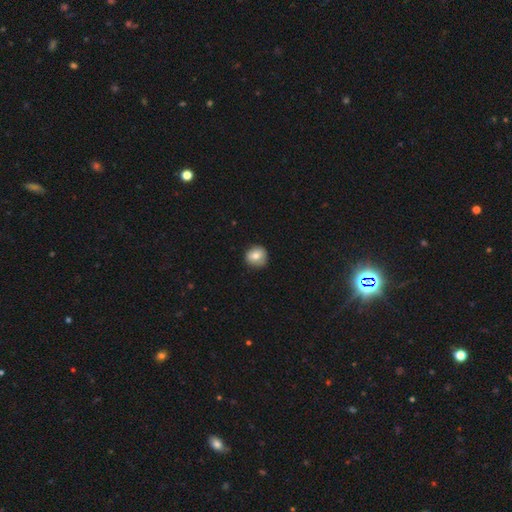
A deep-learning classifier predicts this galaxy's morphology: Smooth or featured?
  - smooth: 75% *
  - featured or disk: 16%
  - star or artifact: 9%
How rounded?
  - round: 90% *
  - in between: 9%
  - cigar-shaped: 1%
Merging?
  - none: 86% *
  - minor disturbance: 10%
  - major disturbance: 2%
  - merger: 1%